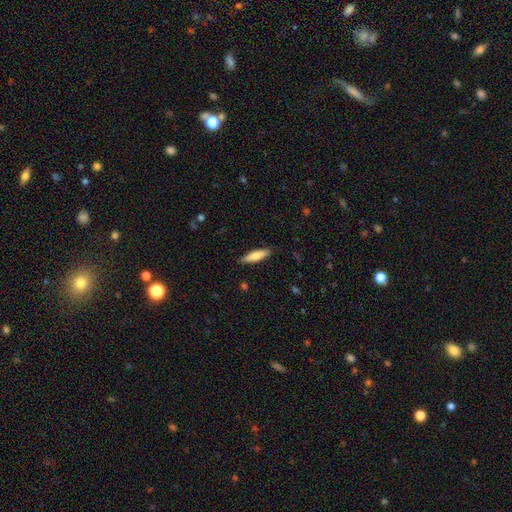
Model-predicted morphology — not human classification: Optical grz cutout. It shows a smooth galaxy with no disk features (75%) that is cigar-shaped (71%). Merging: none (87%).